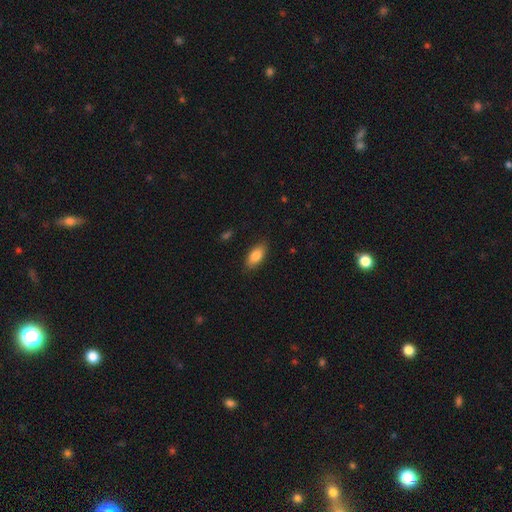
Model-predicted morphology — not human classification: smooth-or-featured: smooth: 83% | featured or disk: 10% | star or artifact: 7%
  how-rounded: in between: 87% | cigar-shaped: 10% | round: 3%
  merging: none: 86% | minor disturbance: 10% | major disturbance: 2% | merger: 1%